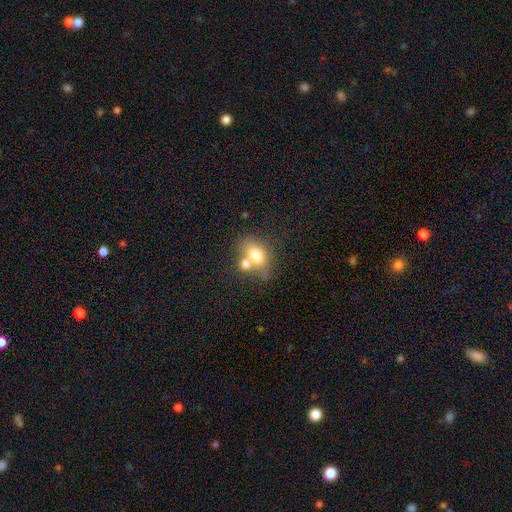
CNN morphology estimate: A smooth galaxy with no disk features (72%) that is in between round and cigar-shaped (63%).

Vote fractions:
- Smooth or featured? smooth: 72% / featured or disk: 18% / star or artifact: 10%
- How rounded? in between: 63% / round: 36% / cigar-shaped: 1%
- Merging? merger: 45% / none: 38% / minor disturbance: 12% / major disturbance: 5%